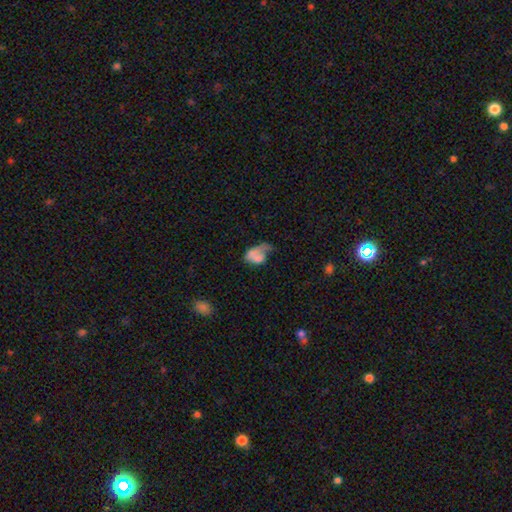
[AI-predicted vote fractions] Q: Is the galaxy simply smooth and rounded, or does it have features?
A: smooth — 56%.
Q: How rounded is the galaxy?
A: in between — 83%.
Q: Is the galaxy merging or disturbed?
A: major disturbance — 41%.